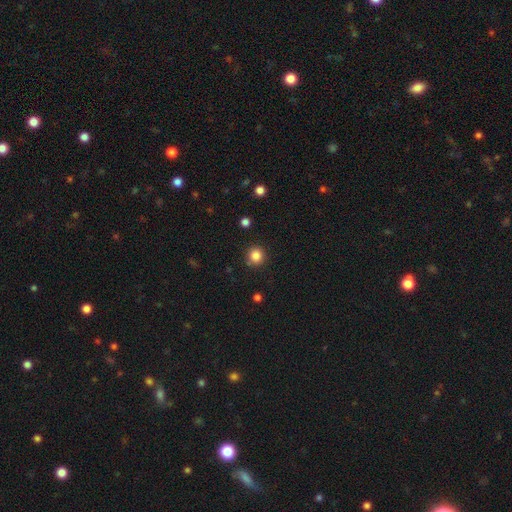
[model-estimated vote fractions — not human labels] Smooth or featured: smooth — 85% (star or artifact — 11%)
How rounded: round — 93% (in between — 6%)
Merging: none — 88% (minor disturbance — 8%)